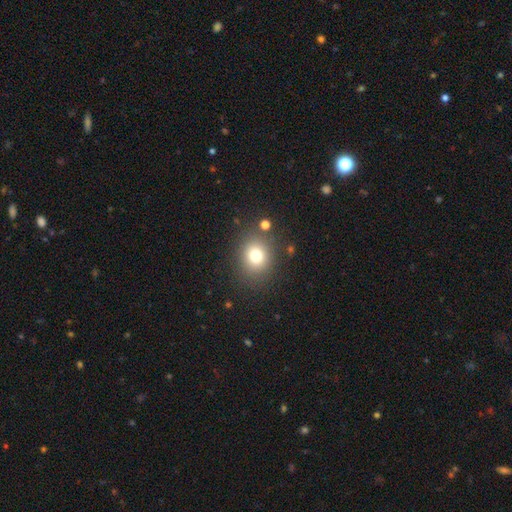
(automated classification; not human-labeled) The model was most divided on "how rounded": round: 72%, in between: 27%, cigar-shaped: 1%. More confident: merging — none (82%); smooth or featured — smooth (76%).